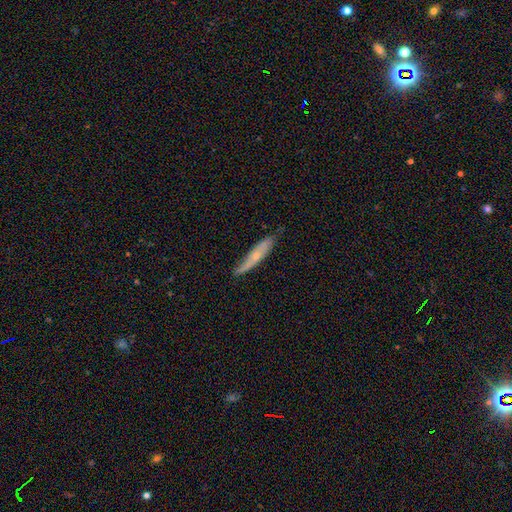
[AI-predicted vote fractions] Q: Smooth or featured?
A: featured or disk (48%); runner-up: smooth (45%)
Q: Merging?
A: none (70%); runner-up: minor disturbance (24%)